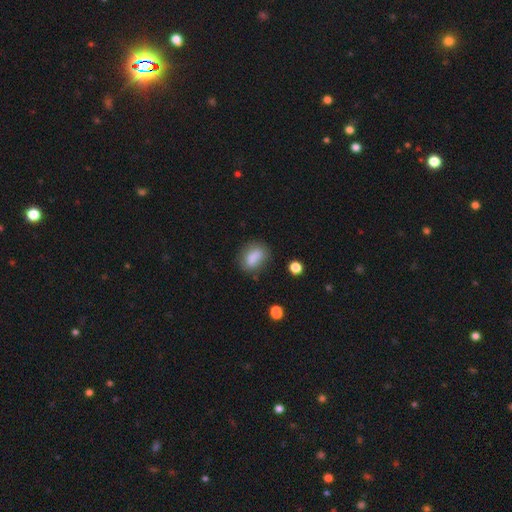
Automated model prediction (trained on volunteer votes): Q: Smooth or featured?
A: smooth (82%); runner-up: featured or disk (9%)
Q: How rounded?
A: in between (78%); runner-up: round (18%)
Q: Merging?
A: none (66%); runner-up: minor disturbance (22%)